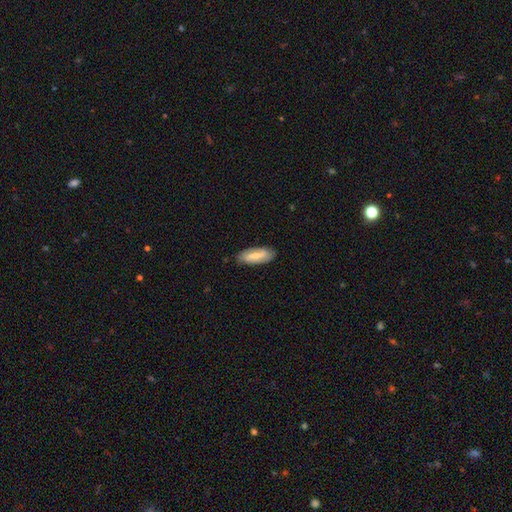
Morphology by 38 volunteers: Overall: featured or disk (66%; smooth 32%). Edge-on disk: no (88%). Bar: strong (50%, tied with weak). Spiral arms: yes (77%). Spiral arm count: 2 (65%; can't tell 29%). Spiral winding: loose (47%; tight 29%). Bulge size: moderate (64%; small 32%). Merging: none (84%).